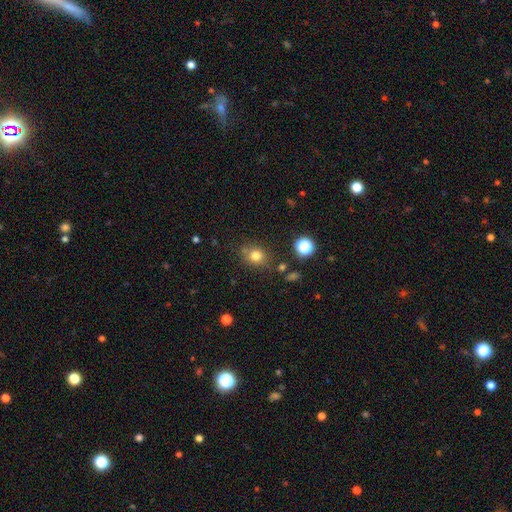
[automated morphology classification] This is likely a smooth galaxy (78%). How rounded: likely round (70%). Merging: likely none (75%).